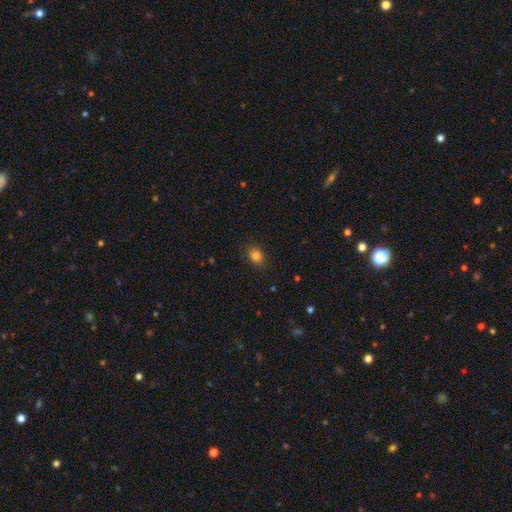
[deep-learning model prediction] Smooth or featured: smooth — 83% (star or artifact — 13%)
How rounded: in between — 53% (round — 46%)
Merging: none — 83% (minor disturbance — 12%)